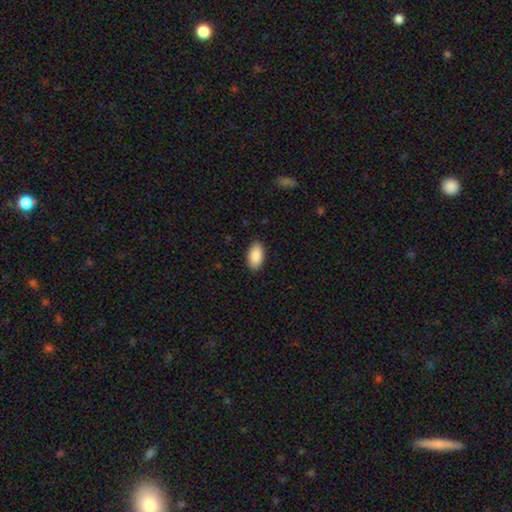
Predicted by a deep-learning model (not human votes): Smooth or featured?
  - smooth: 89% *
  - star or artifact: 6%
  - featured or disk: 4%
How rounded?
  - in between: 95% *
  - round: 3%
  - cigar-shaped: 2%
Merging?
  - none: 89% *
  - minor disturbance: 8%
  - major disturbance: 2%
  - merger: 1%